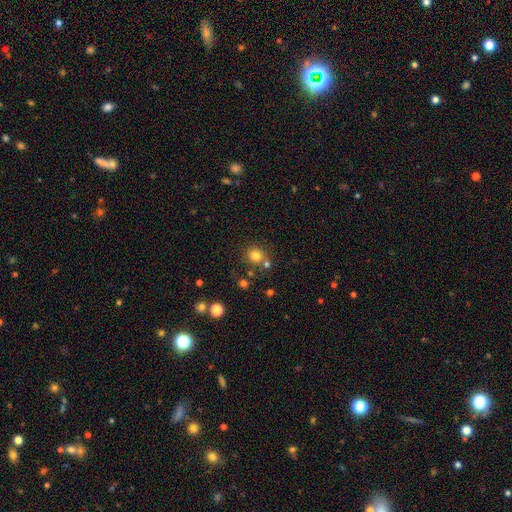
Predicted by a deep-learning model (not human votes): The model was most divided on "merging": none: 70%, merger: 17%, minor disturbance: 10%, major disturbance: 4%. More confident: how rounded — round (88%); smooth or featured — smooth (78%).